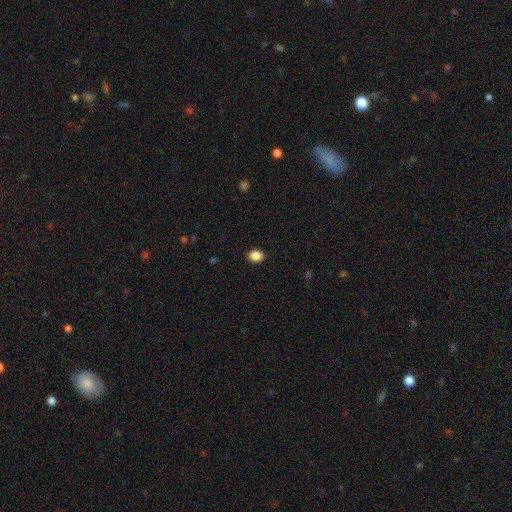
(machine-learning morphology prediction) smooth 88%, star or artifact 10%, featured or disk 3%. Down the decision tree: how rounded — round (50%); merging — none (90%).